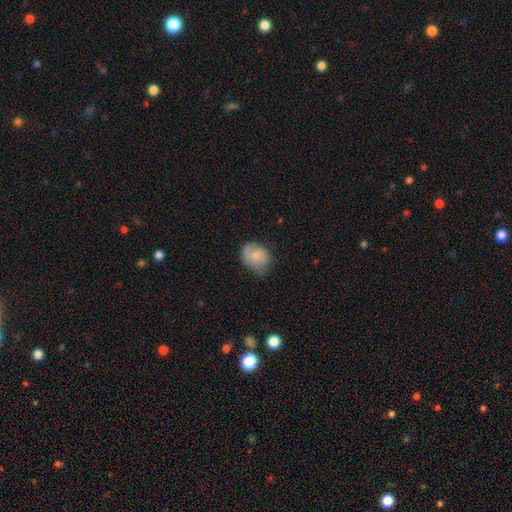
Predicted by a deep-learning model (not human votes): A smooth galaxy with no disk features (74%) that is in between round and cigar-shaped (52%).

Vote fractions:
- Smooth or featured? smooth: 74% / featured or disk: 19% / star or artifact: 7%
- How rounded? in between: 52% / round: 48% / cigar-shaped: 1%
- Merging? none: 53% / minor disturbance: 35% / major disturbance: 11% / merger: 2%